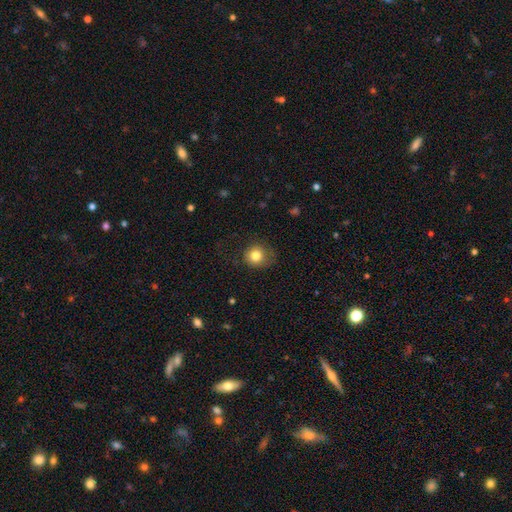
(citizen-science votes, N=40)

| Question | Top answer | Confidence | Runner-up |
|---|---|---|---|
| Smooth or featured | smooth | 85% | featured or disk (8%) |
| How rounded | round | 91% | in between (9%) |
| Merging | none | 57% | minor disturbance (35%) |